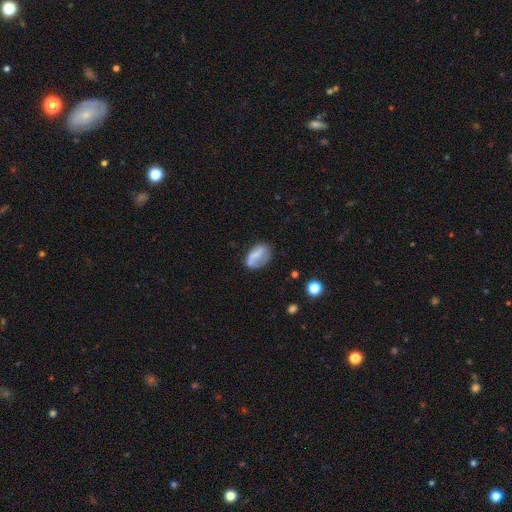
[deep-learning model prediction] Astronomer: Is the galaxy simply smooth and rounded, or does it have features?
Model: smooth — 63%.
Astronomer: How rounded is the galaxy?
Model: in between — 87%.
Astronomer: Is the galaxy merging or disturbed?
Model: none — 55%.